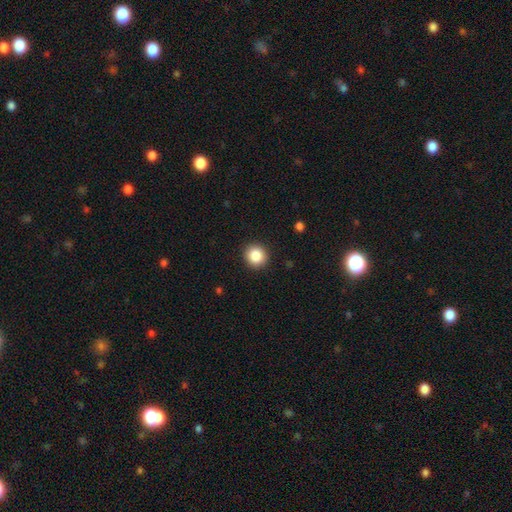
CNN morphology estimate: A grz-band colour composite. It shows a smooth galaxy with no disk features (87%) that is round (92%). Merging: none (92%).